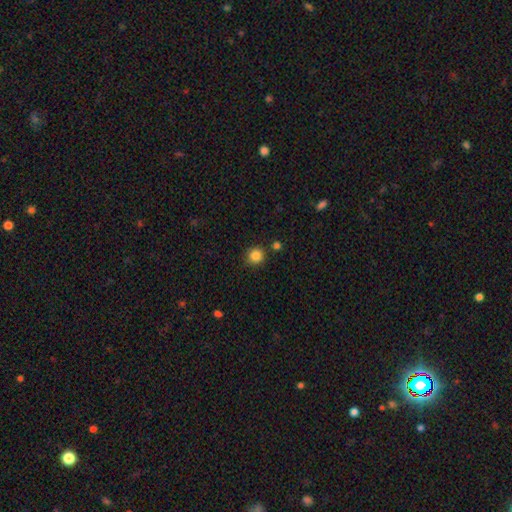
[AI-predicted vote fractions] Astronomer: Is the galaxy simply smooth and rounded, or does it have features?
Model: smooth — 85%.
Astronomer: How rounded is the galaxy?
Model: round — 93%.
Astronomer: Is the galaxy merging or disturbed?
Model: none — 87%.